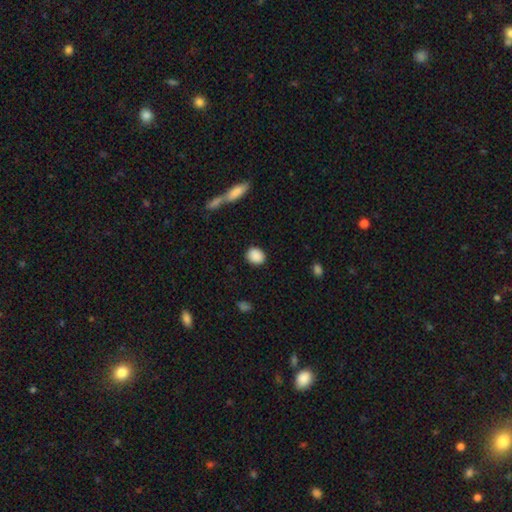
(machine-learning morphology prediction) Smooth or featured? smooth (89%)
How rounded? round (57%)
Merging? none (87%)